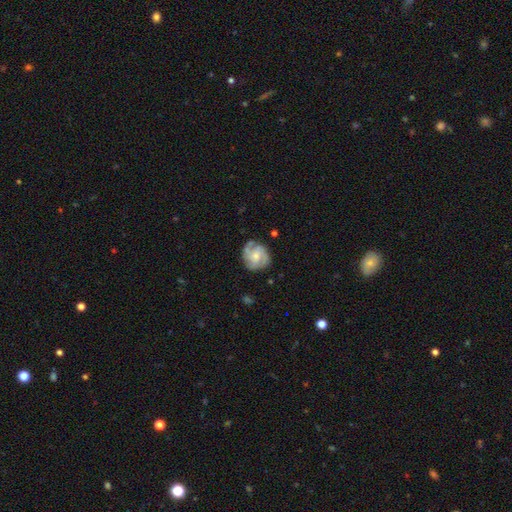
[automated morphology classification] A featured or disk galaxy (72%) with no bar (59%), 3 (41%) tight (45%) spiral arms (91%) and a moderate central bulge (47%). Merging: none (70%).